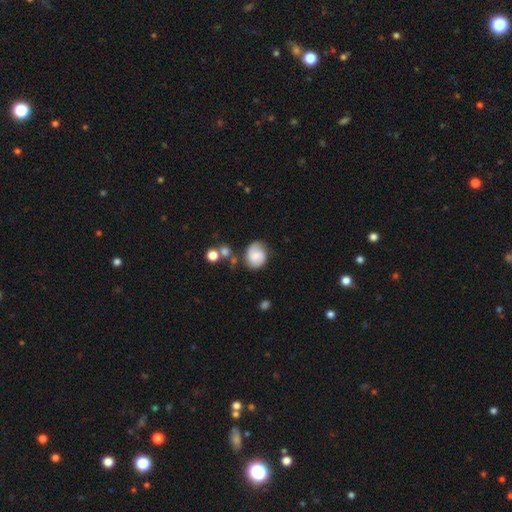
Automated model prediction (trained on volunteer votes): Smooth or featured? smooth (48%)
Merging? none (64%)